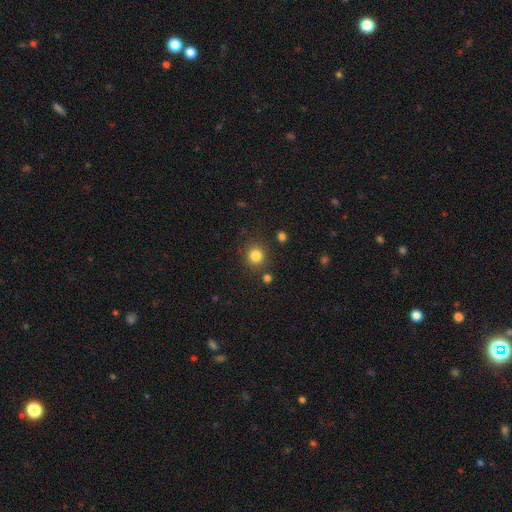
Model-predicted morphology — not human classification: smooth_or_featured: smooth (p=0.83) [alt: star or artifact p=0.12]
how_rounded: round (p=0.90) [alt: in between p=0.09]
merging: none (p=0.83) [alt: minor disturbance p=0.09]